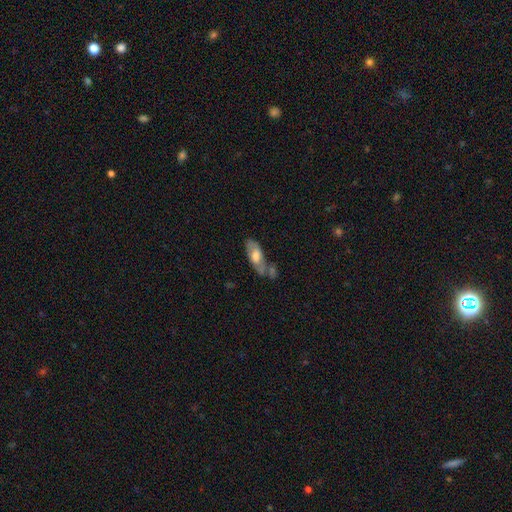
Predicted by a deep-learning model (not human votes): smooth_or_featured: smooth (p=0.52) [alt: featured or disk p=0.41]
how_rounded: in between (p=0.74) [alt: cigar-shaped p=0.23]
merging: none (p=0.47) [alt: merger p=0.22]